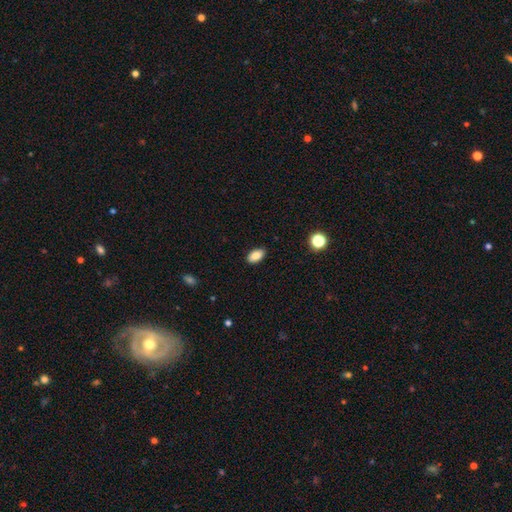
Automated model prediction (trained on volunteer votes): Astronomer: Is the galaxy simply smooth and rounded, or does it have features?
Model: smooth — 87%.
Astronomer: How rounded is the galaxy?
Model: in between — 93%.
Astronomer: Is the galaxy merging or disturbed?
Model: none — 89%.